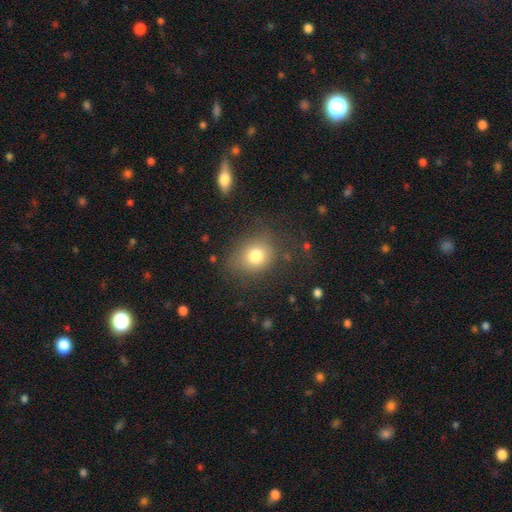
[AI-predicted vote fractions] Smooth or featured? Predicted: smooth (p=0.78). How rounded? Predicted: round (p=0.61). Merging? Predicted: none (p=0.71).